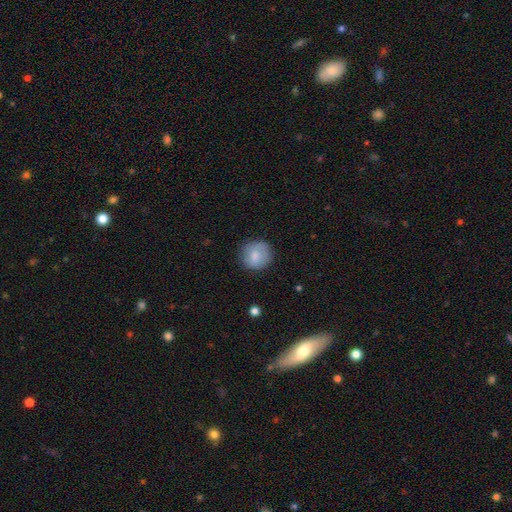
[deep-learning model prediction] Smooth or featured? Predicted: smooth (p=0.80). How rounded? Predicted: round (p=0.89). Merging? Predicted: none (p=0.79).